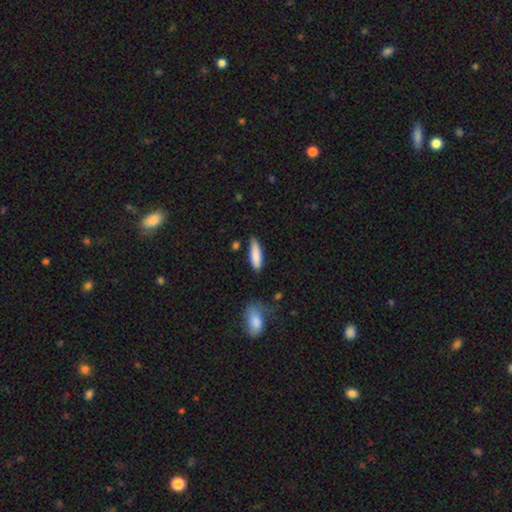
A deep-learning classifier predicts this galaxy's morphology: This is clearly a smooth galaxy (85%). How rounded: possibly cigar-shaped (53%). Merging: likely none (71%).